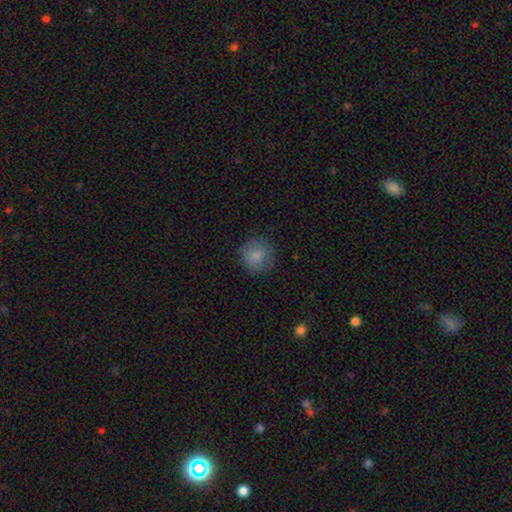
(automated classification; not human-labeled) This appears to be a smooth galaxy with no disk features (84%) that is round (91%). Merging: none (81%).